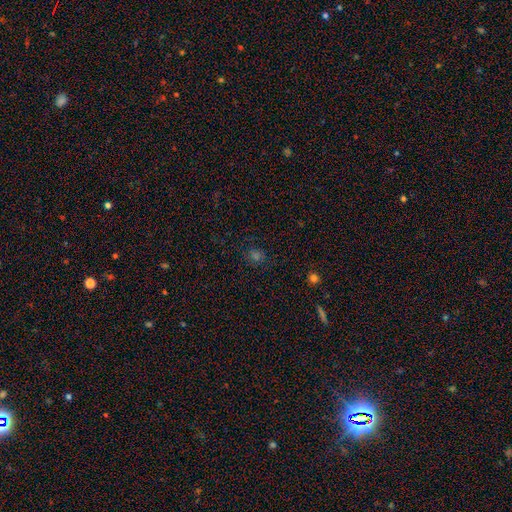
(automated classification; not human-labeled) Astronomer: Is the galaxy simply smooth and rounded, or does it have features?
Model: smooth — 57% (runner-up: star or artifact, 34%).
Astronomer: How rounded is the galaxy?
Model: round — 76%.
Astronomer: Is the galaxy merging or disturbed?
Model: none — 83%.